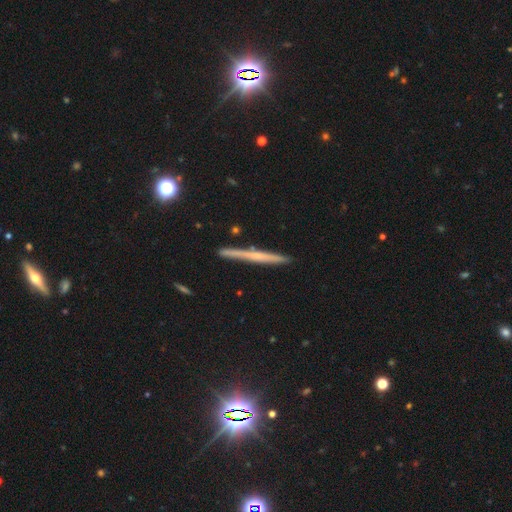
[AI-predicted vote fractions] Smooth or featured: featured or disk — 57% (smooth — 34%)
Edge-on disk: yes — 97% (no — 3%)
Edge-on bulge: none — 64% (rounded — 29%)
Merging: none — 89% (minor disturbance — 8%)